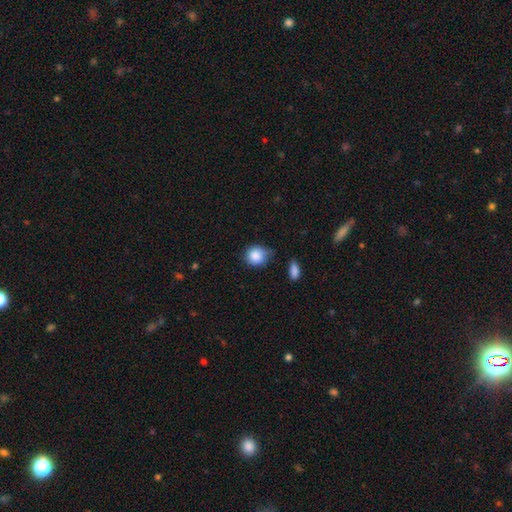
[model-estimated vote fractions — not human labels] Q: Smooth or featured?
A: smooth (87%); runner-up: star or artifact (8%)
Q: How rounded?
A: round (81%); runner-up: in between (18%)
Q: Merging?
A: none (56%); runner-up: minor disturbance (33%)